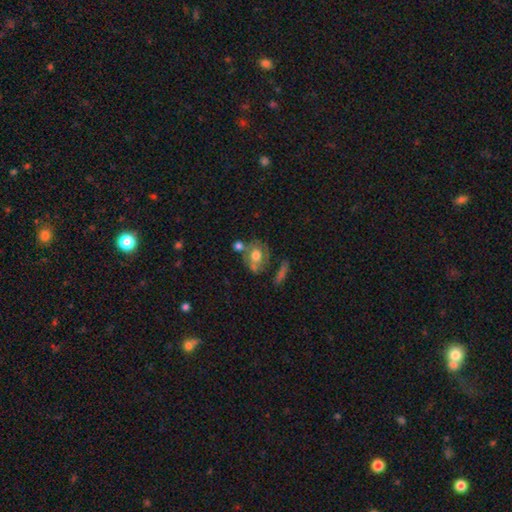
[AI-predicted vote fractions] The model was most divided on "smooth or featured": smooth: 54%, featured or disk: 37%, star or artifact: 9%. Remaining: how rounded — round (58%); merging — none (44%).